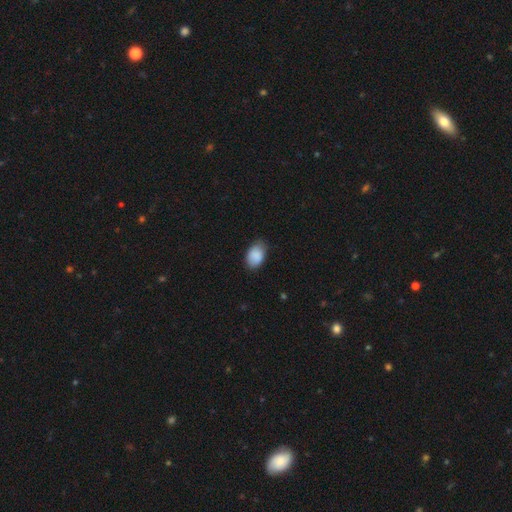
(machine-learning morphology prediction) Smooth or featured? Predicted: smooth (p=0.89). How rounded? Predicted: in between (p=0.86). Merging? Predicted: none (p=0.75).